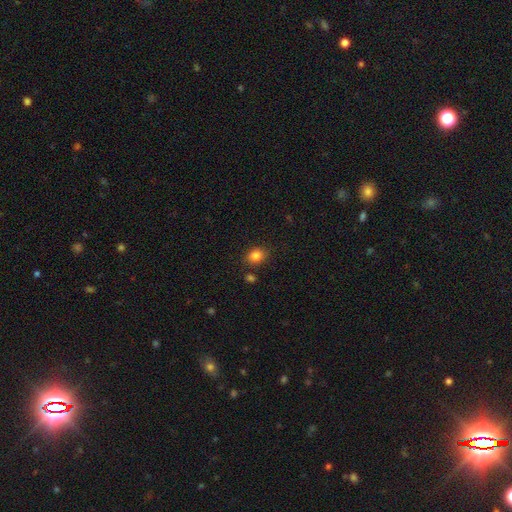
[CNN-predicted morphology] Smooth or featured: smooth — 84% (star or artifact — 11%)
How rounded: round — 51% (in between — 48%)
Merging: none — 82% (minor disturbance — 11%)